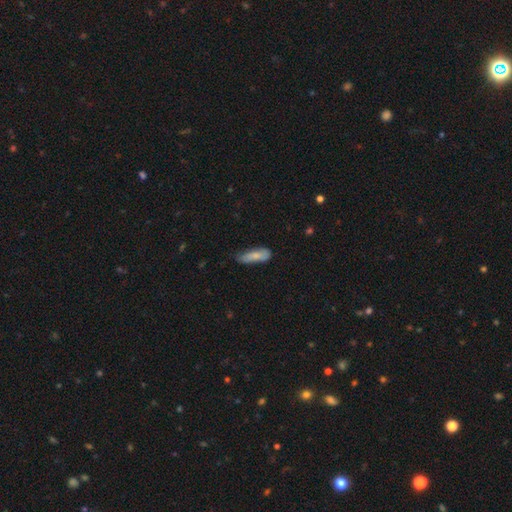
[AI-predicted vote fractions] Smooth or featured? smooth (75%)
How rounded? in between (60%)
Merging? none (58%)